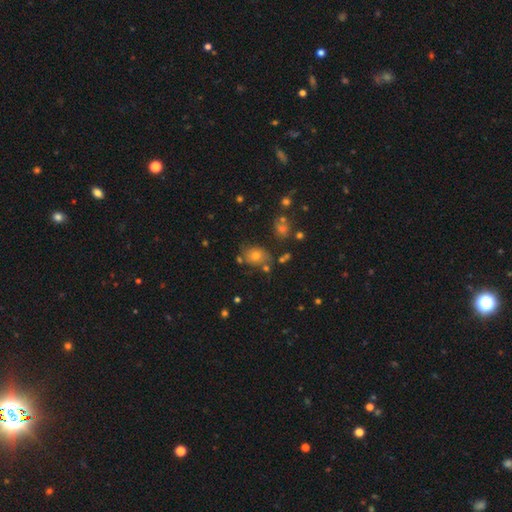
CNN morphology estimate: Q: Smooth or featured?
A: smooth (66%); runner-up: star or artifact (19%)
Q: How rounded?
A: in between (54%); runner-up: round (44%)
Q: Merging?
A: none (69%); runner-up: minor disturbance (17%)